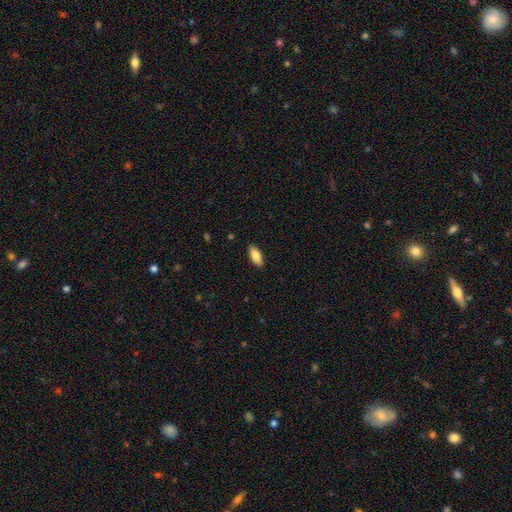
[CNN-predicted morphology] A smooth galaxy with no disk features (86%) that is in between round and cigar-shaped (84%). Merging: none (89%).